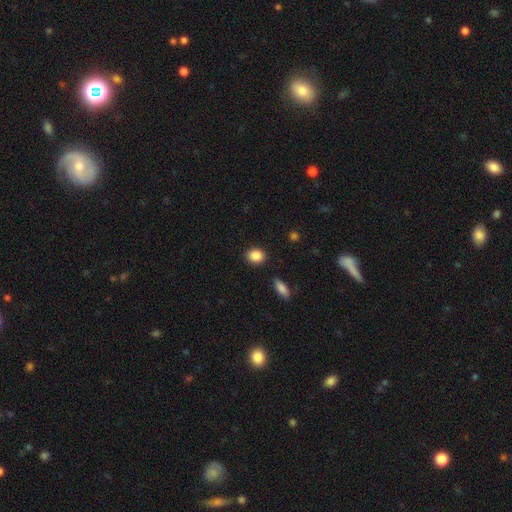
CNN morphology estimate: type=smooth (88%); roundness=in between (52%); merging=none (88%).